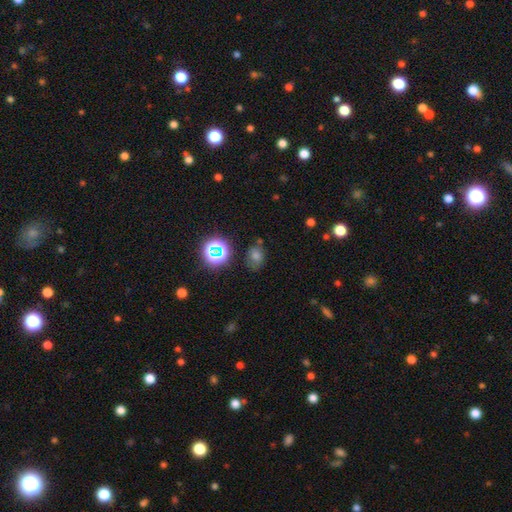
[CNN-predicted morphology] Smooth or featured?
  - smooth: 51% *
  - star or artifact: 37%
  - featured or disk: 13%
How rounded?
  - in between: 49% * (tied)
  - round: 49% * (tied)
  - cigar-shaped: 1%
Merging?
  - none: 76% *
  - minor disturbance: 15%
  - major disturbance: 5%
  - merger: 4%